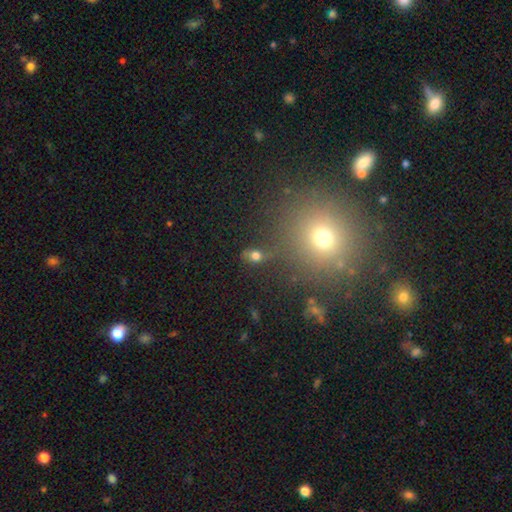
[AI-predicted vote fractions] Q: Smooth or featured?
A: smooth (65%); runner-up: star or artifact (20%)
Q: How rounded?
A: in between (51%); runner-up: round (45%)
Q: Merging?
A: none (48%); runner-up: minor disturbance (19%)